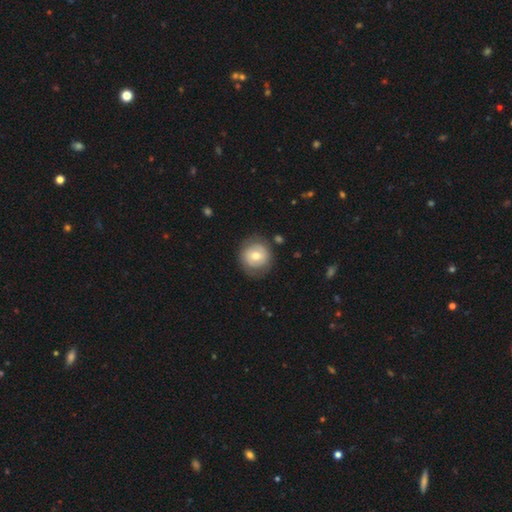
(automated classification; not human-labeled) A smooth galaxy with no disk features (58%) that is round (88%).

Vote fractions:
- Smooth or featured? smooth: 58% / featured or disk: 35% / star or artifact: 7%
- How rounded? round: 88% / in between: 11% / cigar-shaped: 1%
- Merging? none: 79% / minor disturbance: 14% / major disturbance: 6% / merger: 2%